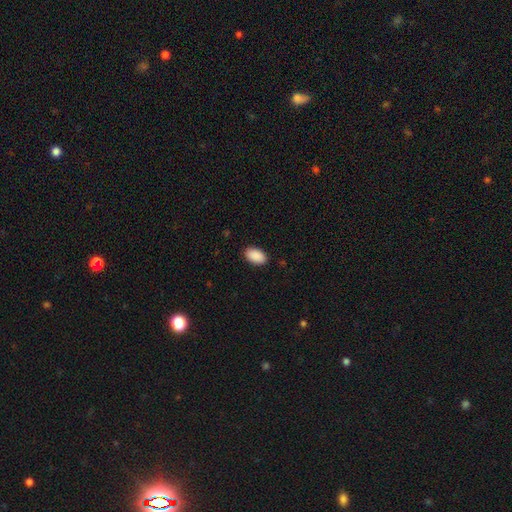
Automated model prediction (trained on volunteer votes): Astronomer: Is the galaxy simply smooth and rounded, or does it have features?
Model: smooth — 91%.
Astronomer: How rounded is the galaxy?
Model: in between — 94%.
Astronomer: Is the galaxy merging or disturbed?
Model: none — 89%.